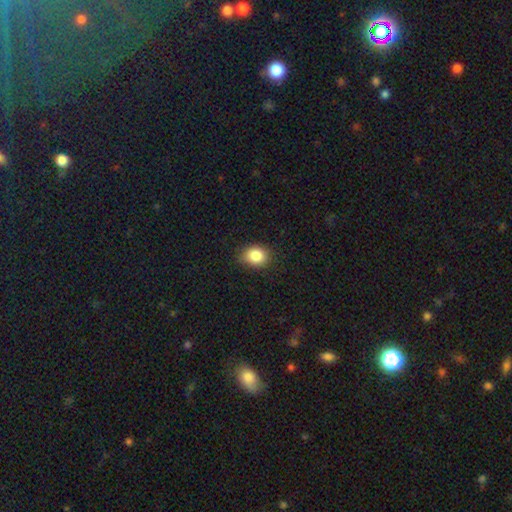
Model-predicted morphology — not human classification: smooth-or-featured: smooth: 85% | star or artifact: 10% | featured or disk: 6%
  how-rounded: round: 53% | in between: 46% | cigar-shaped: 1%
  merging: none: 82% | minor disturbance: 14% | major disturbance: 3% | merger: 1%